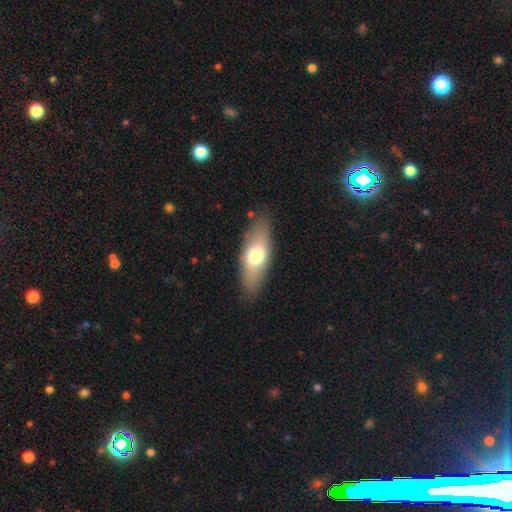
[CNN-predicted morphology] This appears to be a smooth galaxy with no disk features (68%) that is in between round and cigar-shaped (74%). Merging: none (84%).